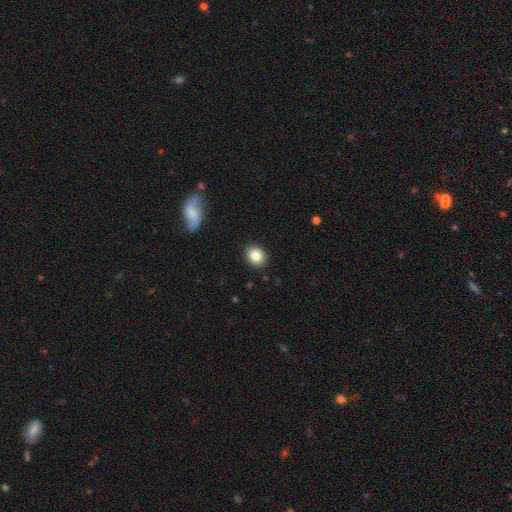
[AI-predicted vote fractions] Smooth or featured? smooth (85%)
How rounded? round (54%)
Merging? none (90%)